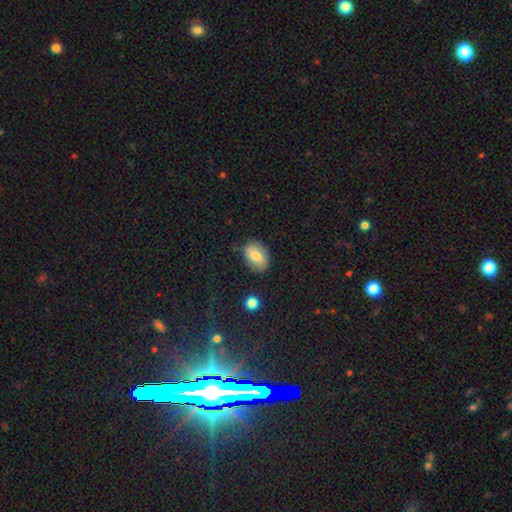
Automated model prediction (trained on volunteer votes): smooth 69%, featured or disk 23%, star or artifact 8%. Down the decision tree: how rounded — in between (78%); merging — none (79%).